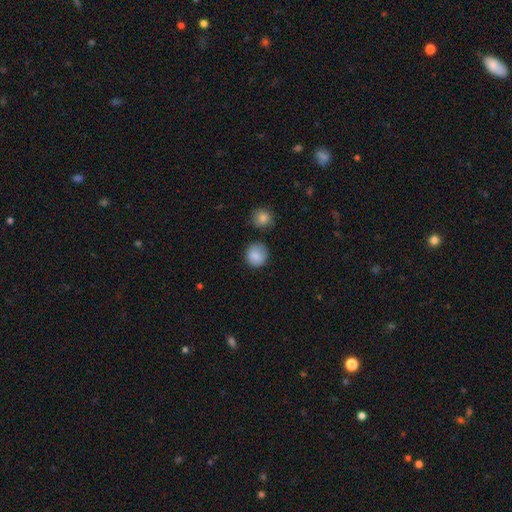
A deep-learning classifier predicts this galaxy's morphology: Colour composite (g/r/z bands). It shows a smooth galaxy with no disk features (87%) that is round (91%). Merging: none (81%).